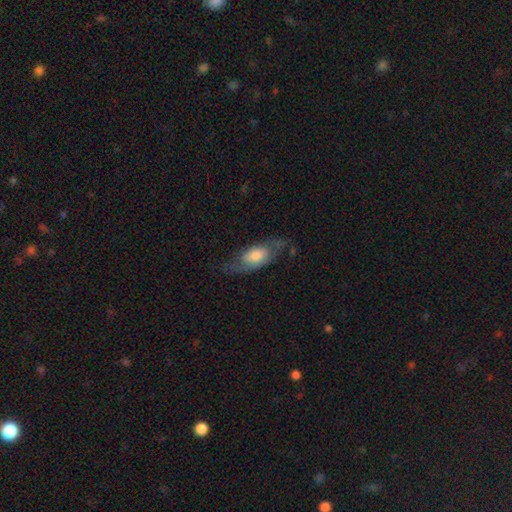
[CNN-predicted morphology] featured or disk 51%, smooth 42%, star or artifact 7%. Down the decision tree: edge-on disk — no (76%); merging — none (63%).